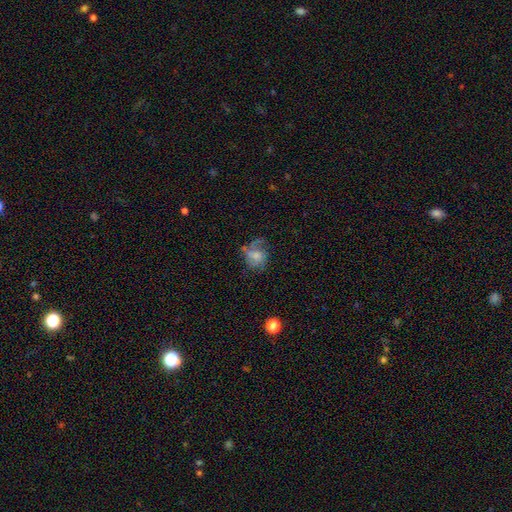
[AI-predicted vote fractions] smooth-or-featured: featured or disk: 46% | smooth: 43% | star or artifact: 11%
  merging: none: 38% | major disturbance: 32% | minor disturbance: 24% | merger: 6%